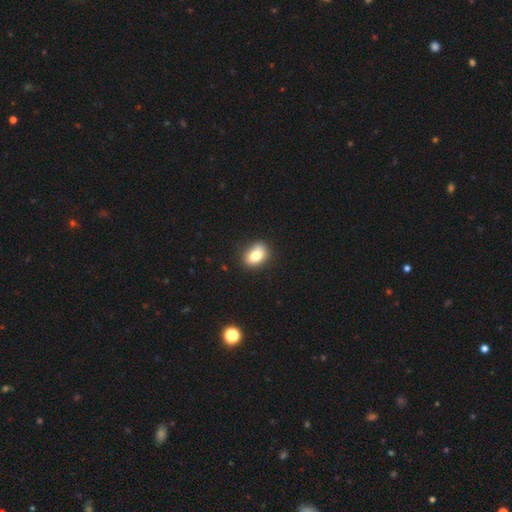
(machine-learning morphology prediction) Overall: smooth (78%). How rounded: in between (71%). Merging: none (82%).